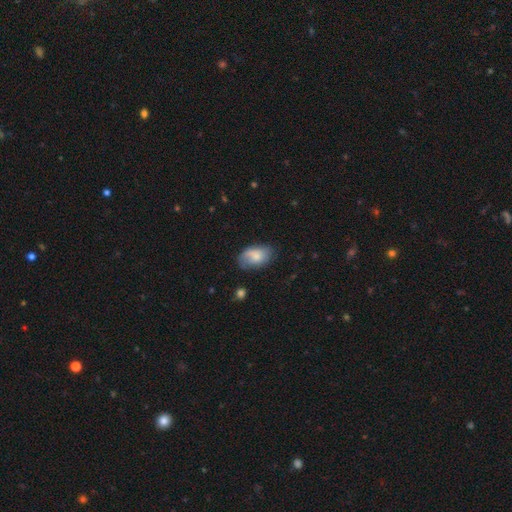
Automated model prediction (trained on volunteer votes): Smooth or featured? smooth (70%)
How rounded? in between (90%)
Merging? none (58%)